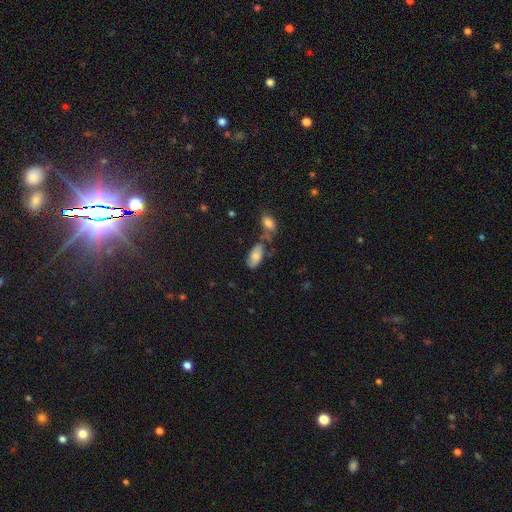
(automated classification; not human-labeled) Q: Smooth or featured?
A: smooth (71%); runner-up: featured or disk (21%)
Q: How rounded?
A: in between (92%); runner-up: cigar-shaped (5%)
Q: Merging?
A: none (46%); runner-up: minor disturbance (23%)